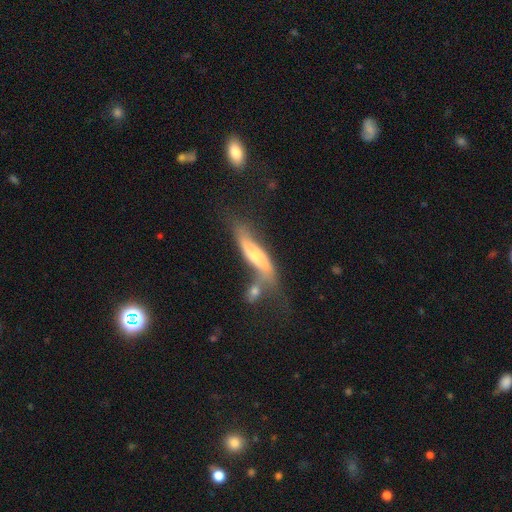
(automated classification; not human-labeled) A featured or disk galaxy (50%). Merging: merger (38%).